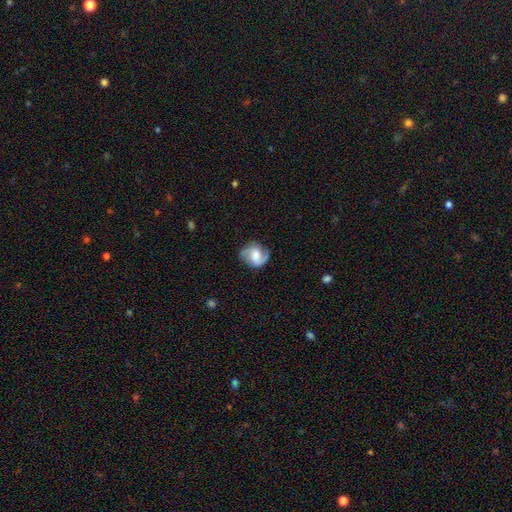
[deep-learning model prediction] smooth-or-featured: featured or disk: 74% | smooth: 19% | star or artifact: 7%
  disk-edge-on: no: 98% | yes: 2%
    bar: weak: 47% | no: 34% | strong: 19%
    has-spiral-arms: yes: 94% | no: 6%
      spiral-winding: medium: 48% | loose: 32% | tight: 21%
      spiral-arm-count: 2: 89% | can't tell: 4% | 1: 3% | 3: 2% | 4: 1% | more than 4: 1%
    bulge-size: moderate: 43% | large: 24% | small: 20% | none: 10% | dominant: 3%
  merging: none: 76% | minor disturbance: 17% | major disturbance: 6% | merger: 1%